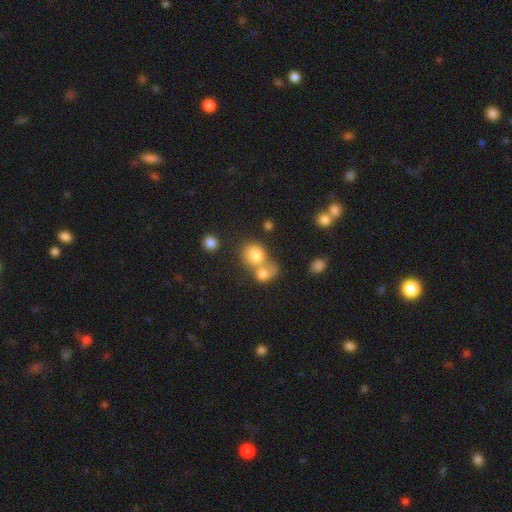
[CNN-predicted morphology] smooth 80%, star or artifact 10%, featured or disk 10%. Down the decision tree: how rounded — round (74%); merging — merger (56%).